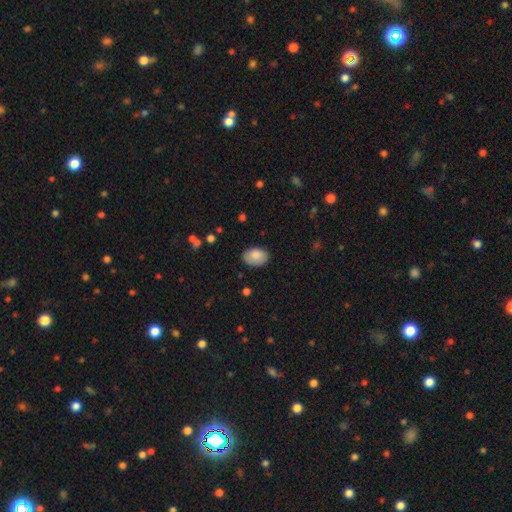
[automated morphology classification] Smooth or featured? smooth (86%)
How rounded? in between (85%)
Merging? none (81%)